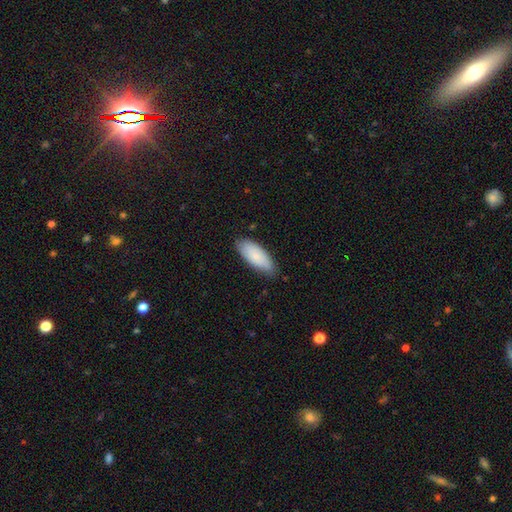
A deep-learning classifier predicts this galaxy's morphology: The model was most divided on "merging": none: 79%, minor disturbance: 18%, major disturbance: 2%, merger: 1%. More confident: smooth or featured — smooth (83%); how rounded — in between (83%).